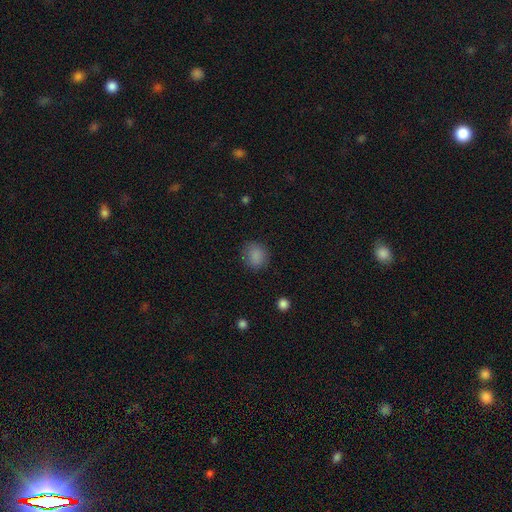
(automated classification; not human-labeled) Morphology: type=smooth (85%); roundness=round (80%); merging=none (81%).